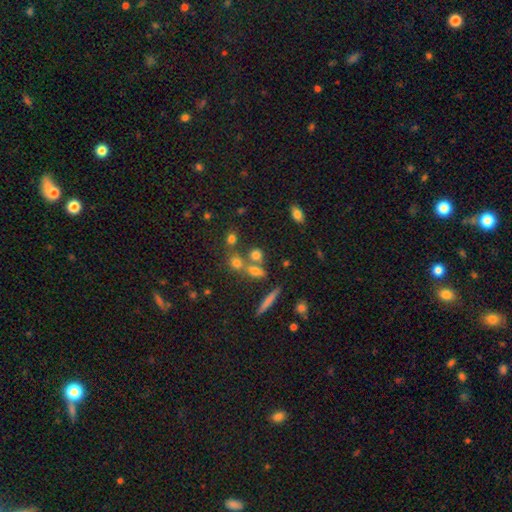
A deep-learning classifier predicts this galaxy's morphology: type=smooth (68%); roundness=round (63%); merging=none (54%).